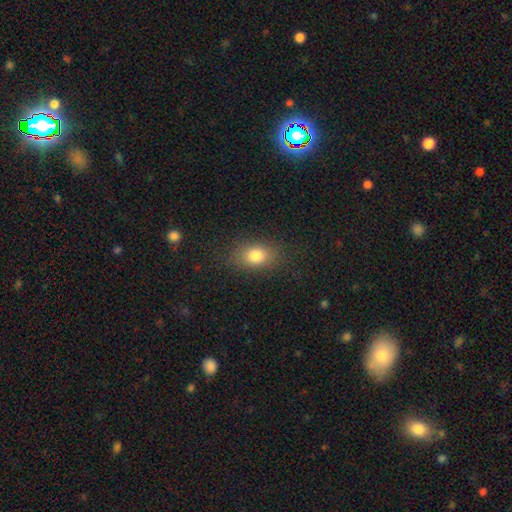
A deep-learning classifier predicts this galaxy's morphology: The model was most divided on "how rounded": in between: 72%, round: 26%, cigar-shaped: 2%. More confident: merging — none (82%); smooth or featured — smooth (81%).